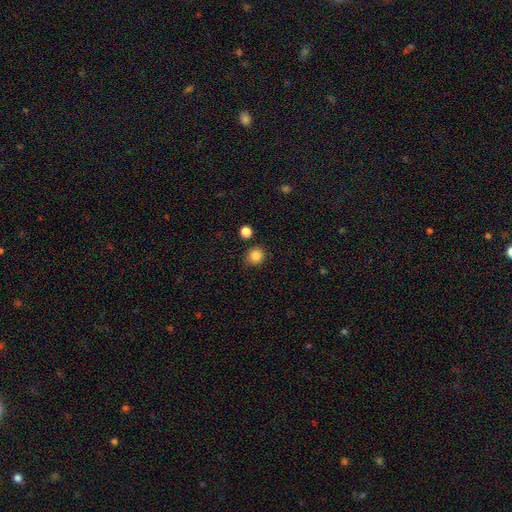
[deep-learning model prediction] This is clearly a smooth galaxy (86%). How rounded: clearly round (90%). Merging: clearly none (85%).